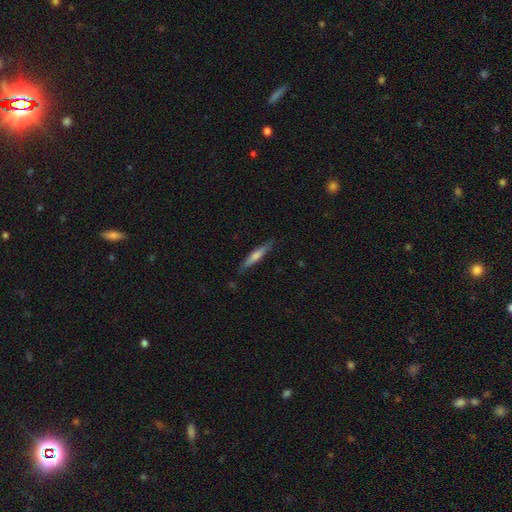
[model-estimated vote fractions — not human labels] Q: Smooth or featured?
A: smooth (48%); runner-up: featured or disk (46%)
Q: Merging?
A: none (85%); runner-up: minor disturbance (11%)